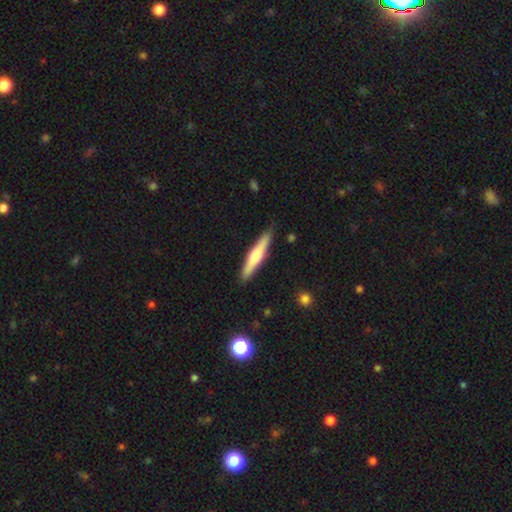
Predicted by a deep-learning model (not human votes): Q: Smooth or featured?
A: smooth (51%); runner-up: featured or disk (44%)
Q: How rounded?
A: cigar-shaped (89%); runner-up: in between (9%)
Q: Merging?
A: none (88%); runner-up: minor disturbance (9%)